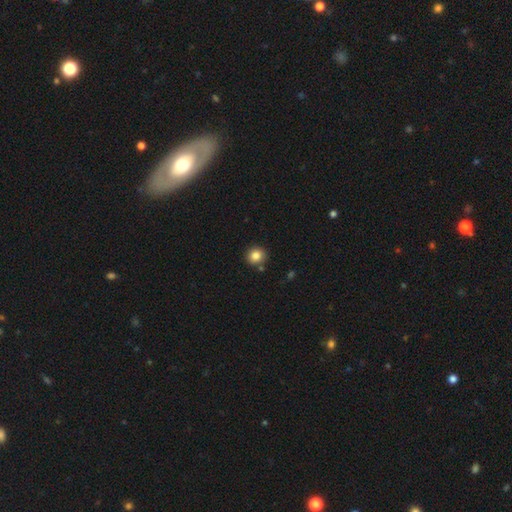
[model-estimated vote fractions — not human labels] smooth 84%, star or artifact 10%, featured or disk 6%. Down the decision tree: how rounded — round (88%); merging — none (85%).